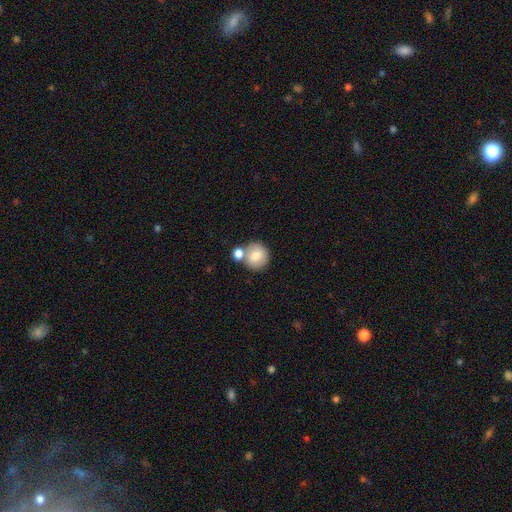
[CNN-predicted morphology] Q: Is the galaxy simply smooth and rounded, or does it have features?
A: smooth — 79%.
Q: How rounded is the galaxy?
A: round — 85%.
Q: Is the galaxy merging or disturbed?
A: none — 52%.